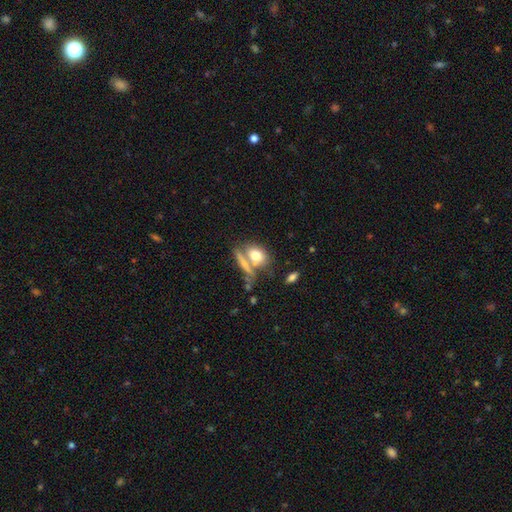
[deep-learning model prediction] Smooth or featured? Predicted: smooth (p=0.72). How rounded? Predicted: in between (p=0.69). Merging? Predicted: none (p=0.43).